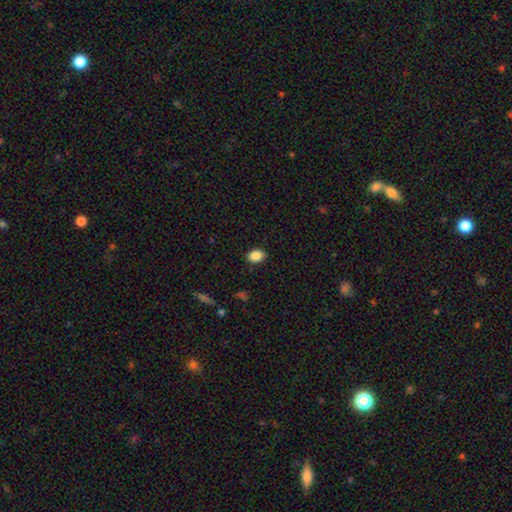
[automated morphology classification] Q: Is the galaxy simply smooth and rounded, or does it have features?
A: smooth — 87%.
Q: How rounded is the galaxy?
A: in between — 77%.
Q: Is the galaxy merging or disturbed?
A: none — 88%.